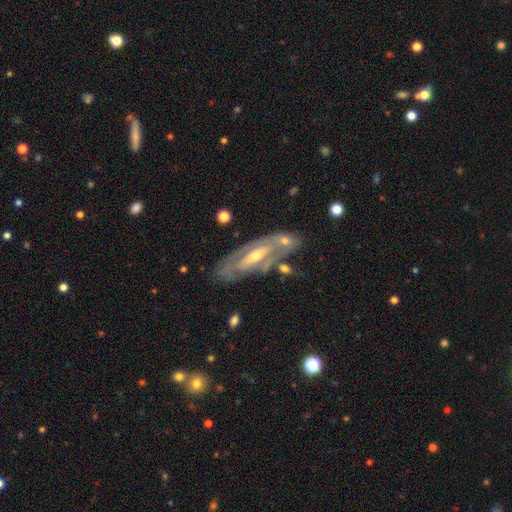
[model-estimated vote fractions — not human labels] The model was most divided on "bar": no: 35%, strong: 33%, weak: 32%. More confident: edge-on disk — no (82%); smooth or featured — featured or disk (78%); spiral arms — yes (65%); merging — none (61%); bulge size — small (53%).